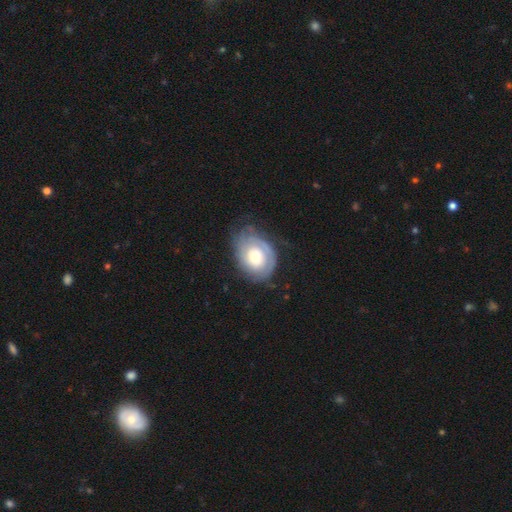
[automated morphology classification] A featured or disk galaxy (66%) with no bar (83%), spiral arms (79%) and a moderate central bulge (52%). Merging: none (60%).